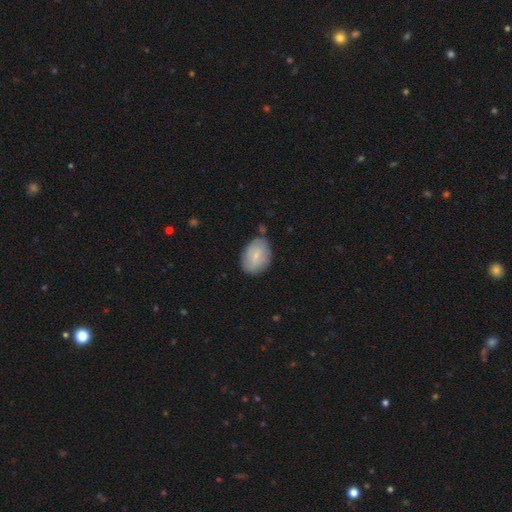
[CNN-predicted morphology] type=smooth (71%); roundness=in between (81%); merging=none (72%).